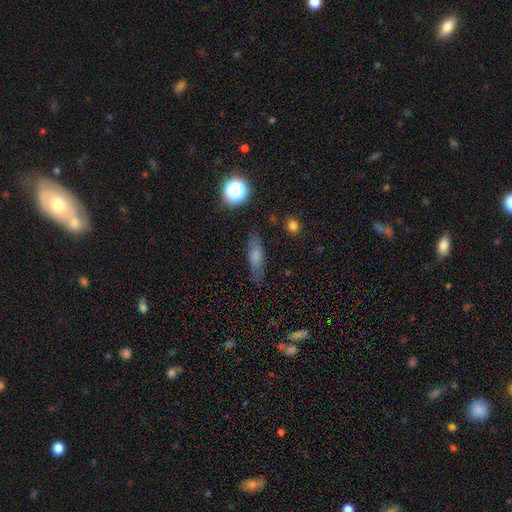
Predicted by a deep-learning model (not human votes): Q: Smooth or featured?
A: smooth (67%); runner-up: featured or disk (21%)
Q: How rounded?
A: cigar-shaped (54%); runner-up: in between (41%)
Q: Merging?
A: none (79%); runner-up: minor disturbance (15%)